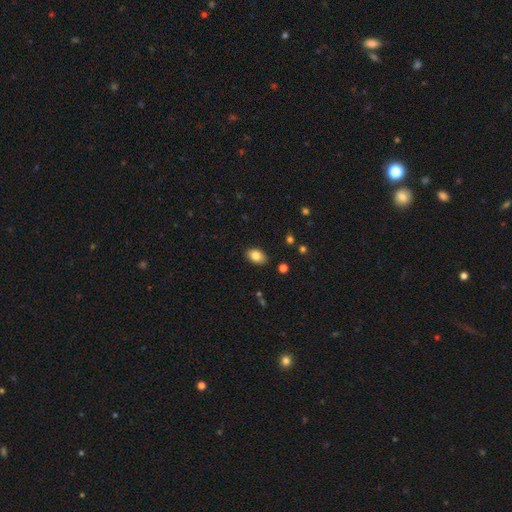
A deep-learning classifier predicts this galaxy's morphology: type=smooth (83%); roundness=in between (85%); merging=none (86%).